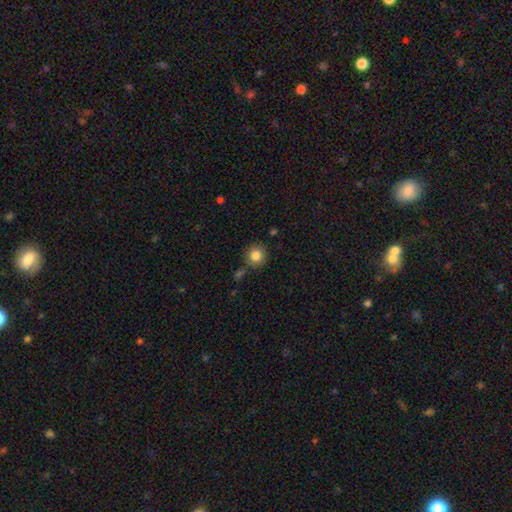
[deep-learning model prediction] Morphology: type=smooth (84%); roundness=round (90%); merging=none (81%).